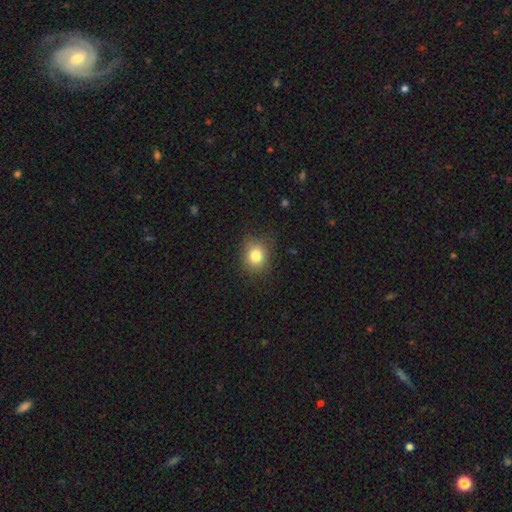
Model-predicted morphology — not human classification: This appears to be a smooth galaxy with no disk features (81%) that is round (70%). Merging: none (80%).